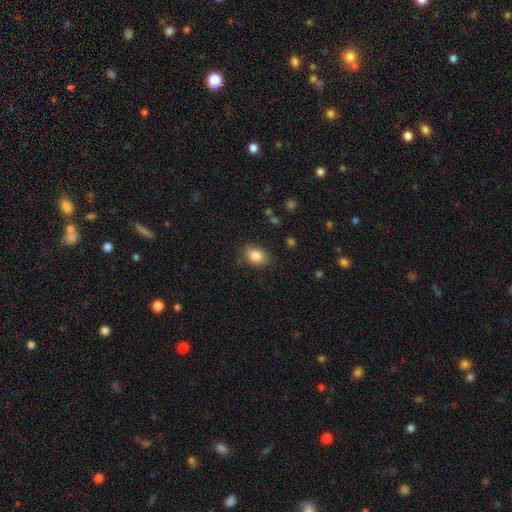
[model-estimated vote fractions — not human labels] Smooth or featured: smooth — 85% (star or artifact — 9%)
How rounded: in between — 75% (round — 24%)
Merging: none — 81% (minor disturbance — 14%)